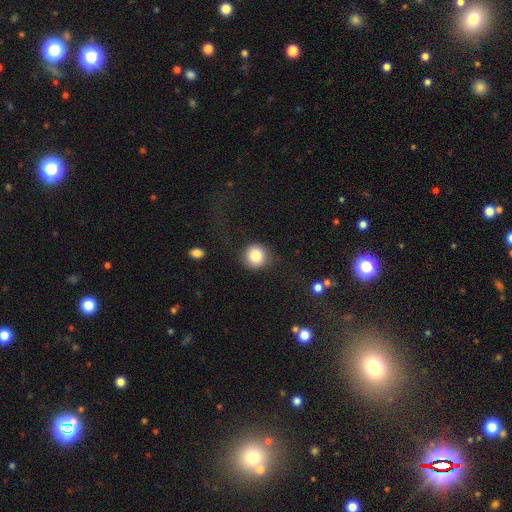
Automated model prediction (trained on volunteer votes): Morphology: type=smooth (84%); roundness=round (91%); merging=none (82%).